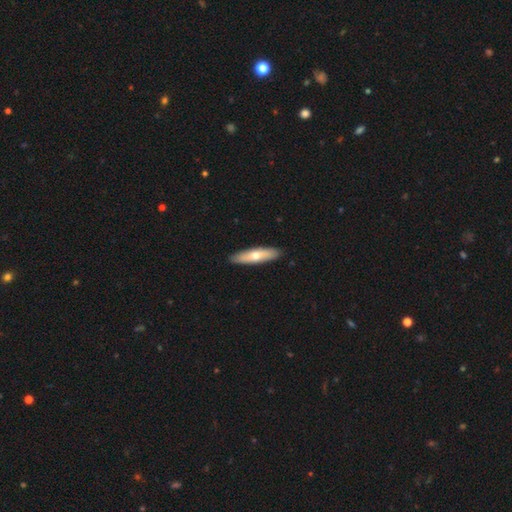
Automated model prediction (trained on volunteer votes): Smooth or featured? Predicted: smooth (p=0.60). How rounded? Predicted: cigar-shaped (p=0.71). Merging? Predicted: none (p=0.90).